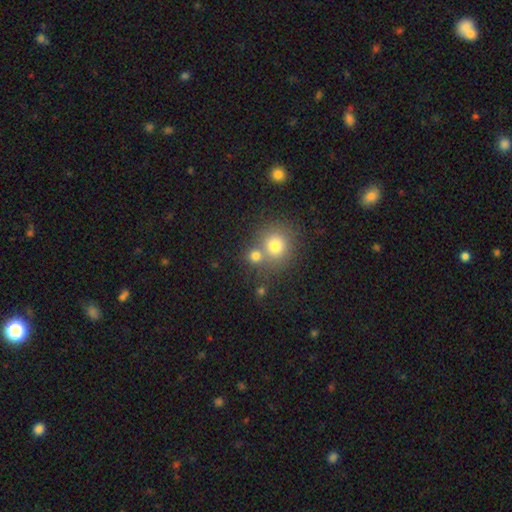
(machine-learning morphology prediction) smooth-or-featured: smooth: 76% | star or artifact: 14% | featured or disk: 10%
  how-rounded: round: 85% | in between: 14% | cigar-shaped: 1%
  merging: none: 52% | merger: 37% | minor disturbance: 7% | major disturbance: 3%